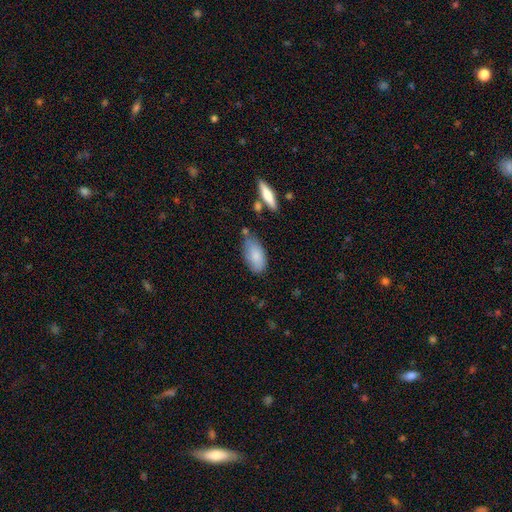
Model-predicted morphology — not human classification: A smooth galaxy with no disk features (81%) that is in between round and cigar-shaped (91%).

Vote fractions:
- Smooth or featured? smooth: 81% / featured or disk: 12% / star or artifact: 7%
- How rounded? in between: 91% / cigar-shaped: 6% / round: 3%
- Merging? none: 60% / minor disturbance: 27% / major disturbance: 6% / merger: 6%